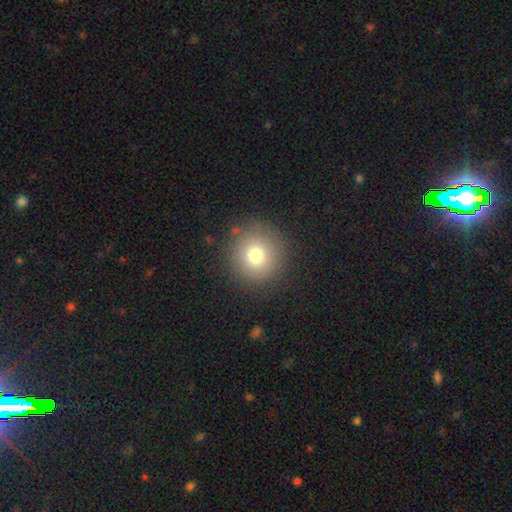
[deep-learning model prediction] smooth 76%, star or artifact 14%, featured or disk 11%. Down the decision tree: how rounded — round (95%); merging — none (87%).